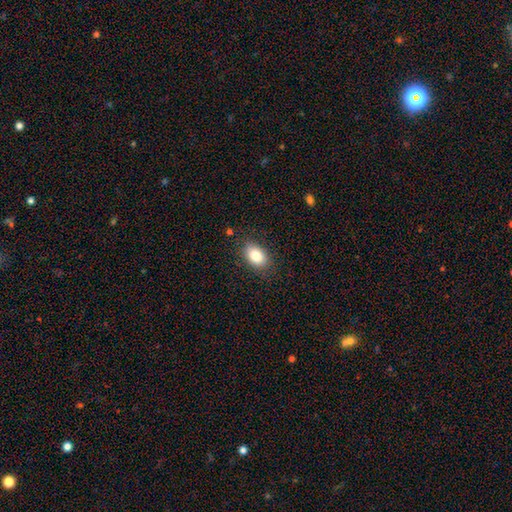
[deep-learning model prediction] Morphology: type=smooth (85%); roundness=in between (88%); merging=none (84%).